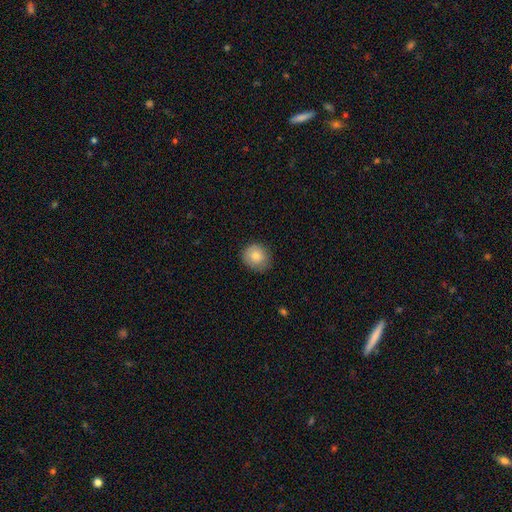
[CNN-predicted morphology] Smooth or featured: smooth — 79% (featured or disk — 12%)
How rounded: round — 83% (in between — 16%)
Merging: none — 81% (minor disturbance — 15%)